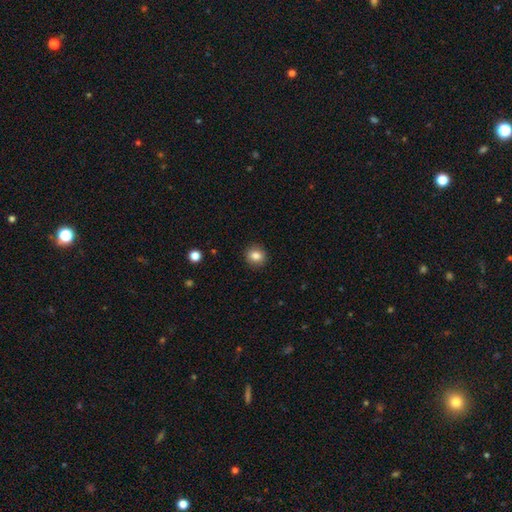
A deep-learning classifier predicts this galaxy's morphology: A smooth galaxy with no disk features (84%) that is round (84%).

Vote fractions:
- Smooth or featured? smooth: 84% / star or artifact: 10% / featured or disk: 6%
- How rounded? round: 84% / in between: 16% / cigar-shaped: 1%
- Merging? none: 91% / minor disturbance: 6% / major disturbance: 2% / merger: 1%